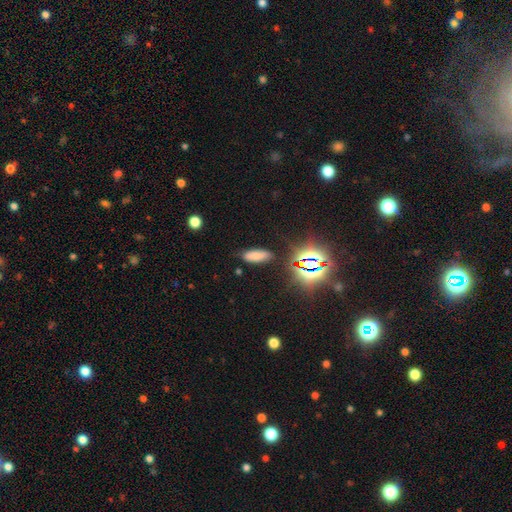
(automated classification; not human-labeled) Smooth or featured? Predicted: smooth (p=0.70). How rounded? Predicted: in between (p=0.73). Merging? Predicted: none (p=0.83).